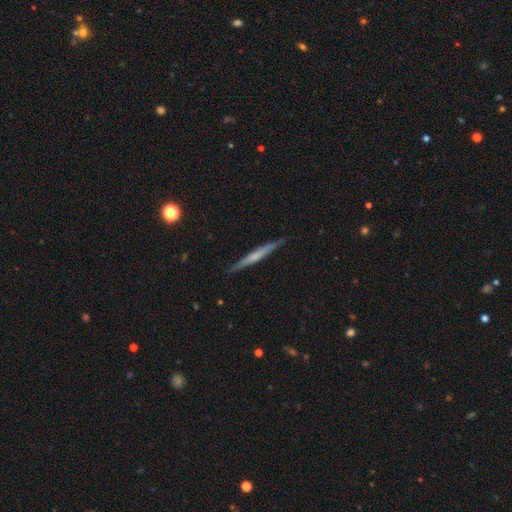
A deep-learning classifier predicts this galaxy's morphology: This appears to be a featured or disk galaxy (57%) viewed edge-on (97%) with no central bulge (54%). Merging: none (89%).